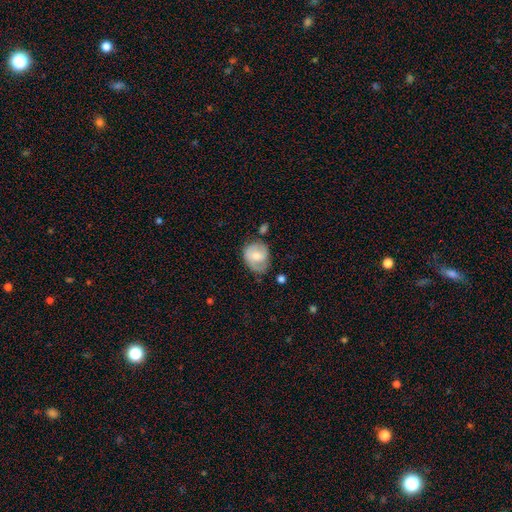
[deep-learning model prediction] Smooth or featured? Predicted: smooth (p=0.53). How rounded? Predicted: round (p=0.61). Merging? Predicted: none (p=0.51).